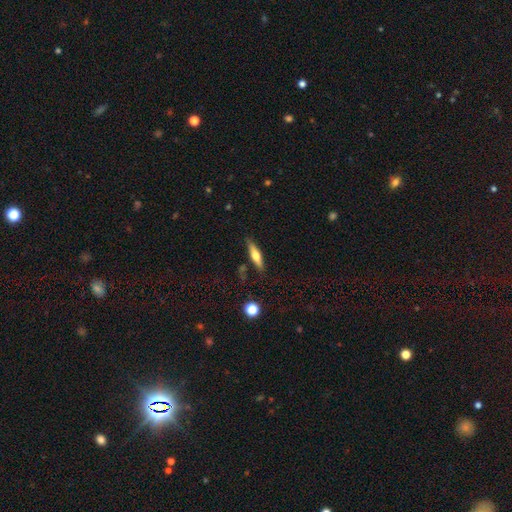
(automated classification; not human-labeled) Q: Smooth or featured?
A: featured or disk (47%); runner-up: smooth (46%)
Q: Merging?
A: none (82%); runner-up: minor disturbance (12%)